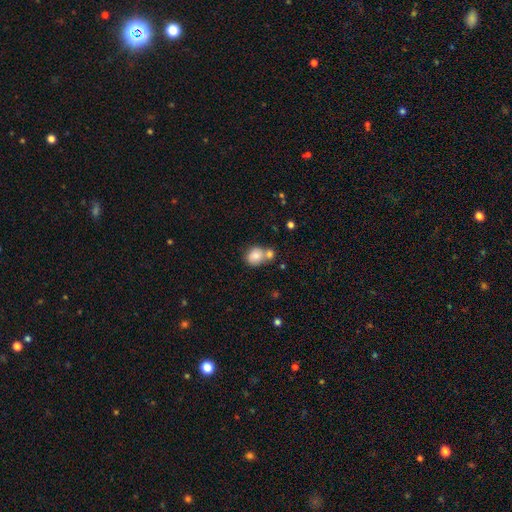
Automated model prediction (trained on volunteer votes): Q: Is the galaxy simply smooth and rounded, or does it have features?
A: smooth — 77%.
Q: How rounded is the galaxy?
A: round — 74%.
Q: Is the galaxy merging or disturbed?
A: none — 46%.